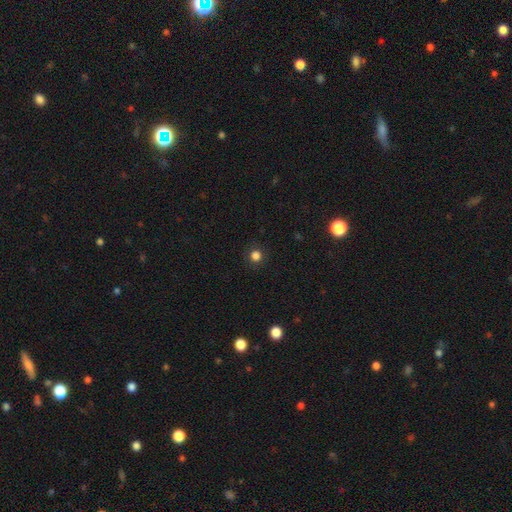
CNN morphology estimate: smooth_or_featured: smooth (p=0.81) [alt: star or artifact p=0.15]
how_rounded: round (p=0.89) [alt: in between p=0.10]
merging: none (p=0.90) [alt: minor disturbance p=0.07]